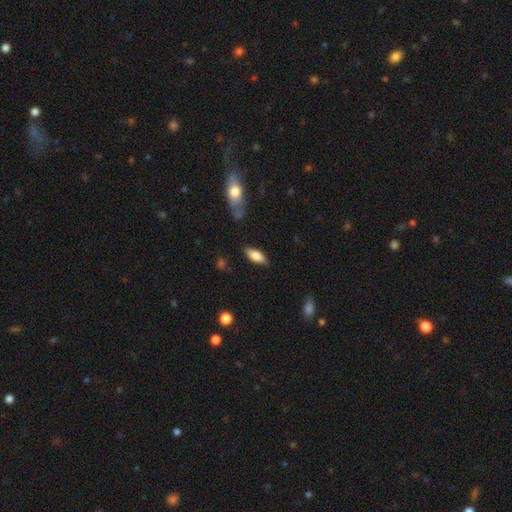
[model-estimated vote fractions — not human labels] This is likely a smooth galaxy (77%). How rounded: likely in between (77%). Merging: clearly none (82%).